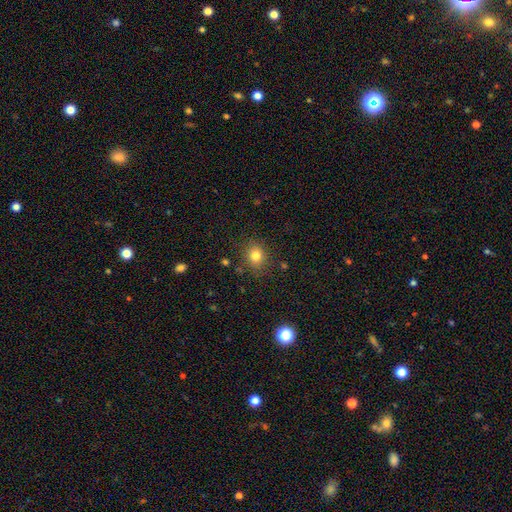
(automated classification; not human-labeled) This appears to be a smooth galaxy with no disk features (80%) that is round (69%). Merging: none (84%).